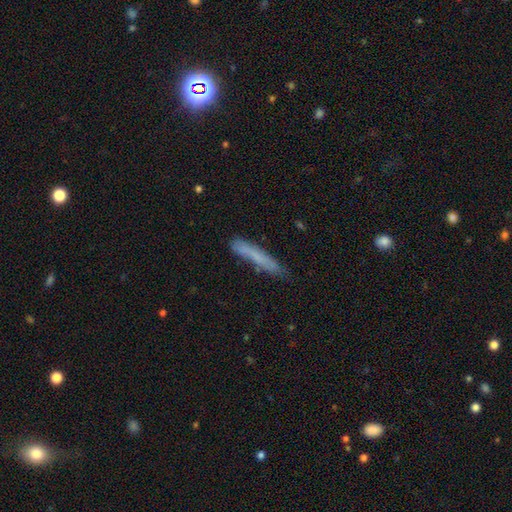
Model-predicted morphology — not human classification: The model was most divided on "smooth or featured": smooth: 67%, featured or disk: 25%, star or artifact: 8%. More confident: how rounded — cigar-shaped (94%); merging — none (76%).